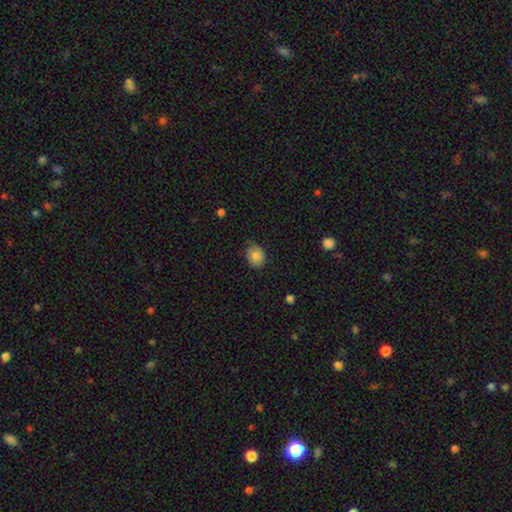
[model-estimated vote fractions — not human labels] Smooth or featured: smooth — 79% (featured or disk — 12%)
How rounded: round — 56% (in between — 43%)
Merging: none — 76% (minor disturbance — 20%)